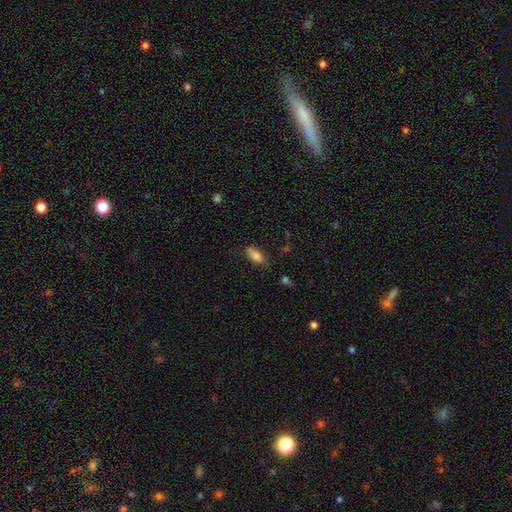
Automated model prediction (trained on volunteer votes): smooth-or-featured: smooth: 84% | star or artifact: 8% | featured or disk: 7%
  how-rounded: in between: 90% | cigar-shaped: 7% | round: 4%
  merging: none: 70% | minor disturbance: 23% | major disturbance: 5% | merger: 2%